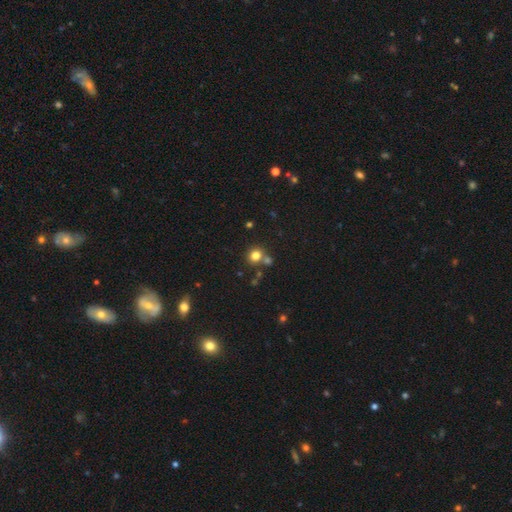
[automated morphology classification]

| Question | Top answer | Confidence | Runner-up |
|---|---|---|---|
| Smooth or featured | smooth | 78% | star or artifact (14%) |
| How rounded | round | 87% | in between (12%) |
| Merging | none | 67% | merger (21%) |